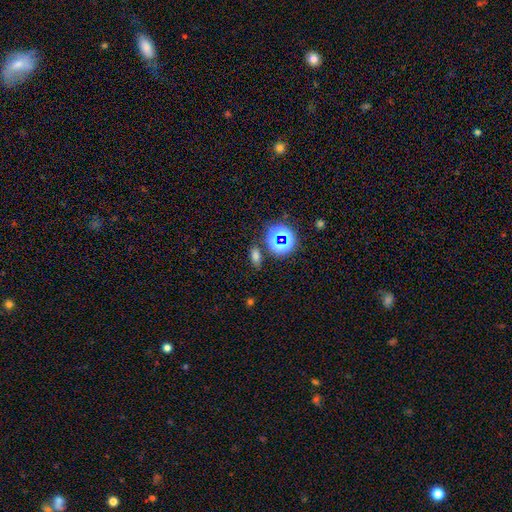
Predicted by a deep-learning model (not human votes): Q: Smooth or featured?
A: smooth (64%); runner-up: star or artifact (29%)
Q: How rounded?
A: in between (78%); runner-up: round (16%)
Q: Merging?
A: none (79%); runner-up: minor disturbance (11%)